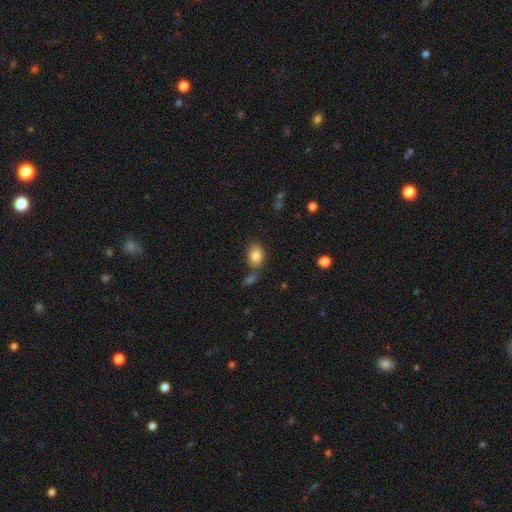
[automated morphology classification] A smooth galaxy with no disk features (84%) that is in between round and cigar-shaped (83%). Merging: none (66%).